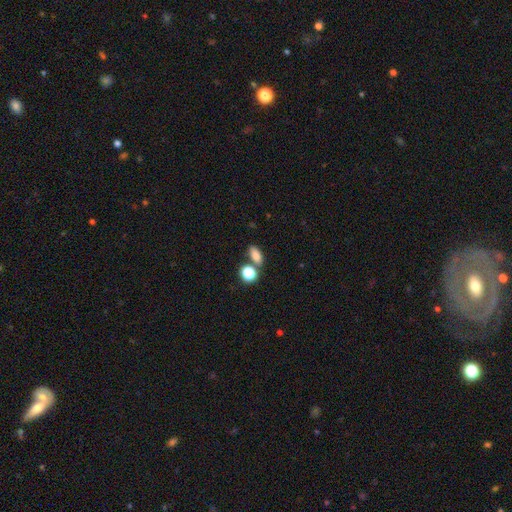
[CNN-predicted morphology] The model was most divided on "merging": none: 64%, merger: 19%, minor disturbance: 12%, major disturbance: 4%. More confident: smooth or featured — smooth (79%); how rounded — in between (79%).